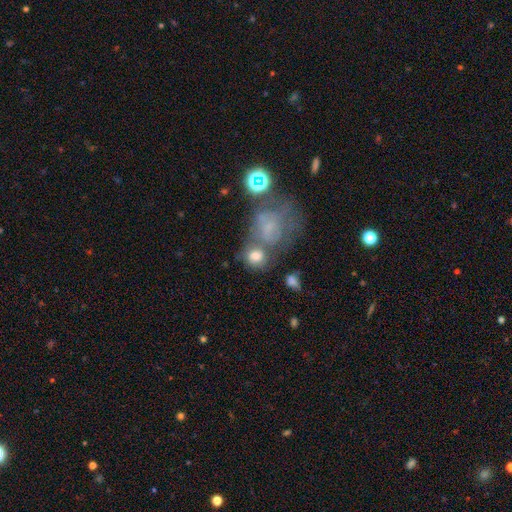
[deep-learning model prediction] Overall: smooth (65%). How rounded: round (65%; in between 33%). Merging: merger (38%; none 36%).